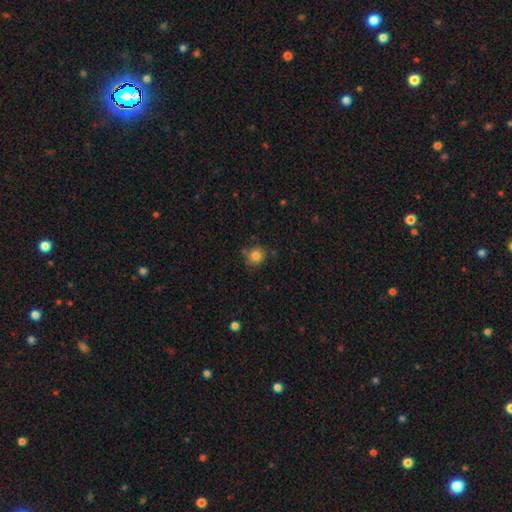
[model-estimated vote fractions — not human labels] smooth_or_featured: smooth (p=0.82) [alt: star or artifact p=0.11]
how_rounded: round (p=0.87) [alt: in between p=0.12]
merging: none (p=0.77) [alt: minor disturbance p=0.15]